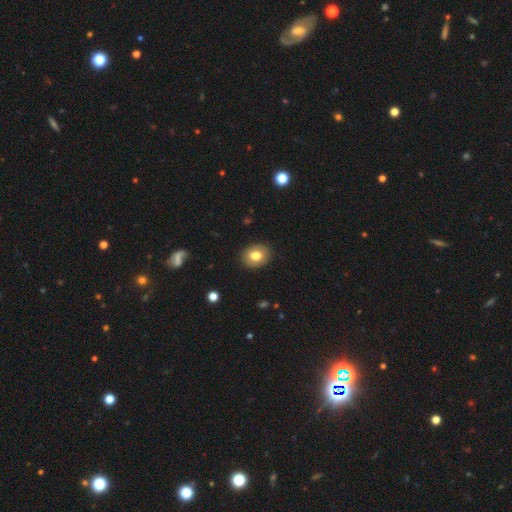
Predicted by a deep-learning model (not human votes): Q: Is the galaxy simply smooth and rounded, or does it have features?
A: smooth — 78%.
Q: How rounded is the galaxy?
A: round — 51%.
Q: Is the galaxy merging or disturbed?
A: none — 88%.